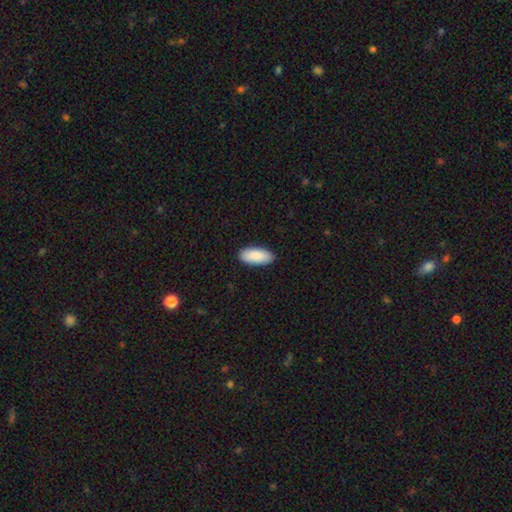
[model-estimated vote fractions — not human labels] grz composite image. It shows a smooth galaxy with no disk features (90%) that is in between round and cigar-shaped (90%). Merging: none (89%).